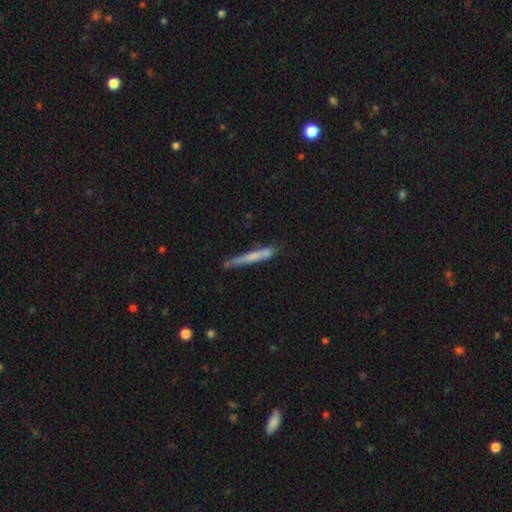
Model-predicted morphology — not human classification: Smooth or featured: smooth — 58% (featured or disk — 35%)
How rounded: cigar-shaped — 95% (in between — 4%)
Merging: none — 64% (minor disturbance — 23%)